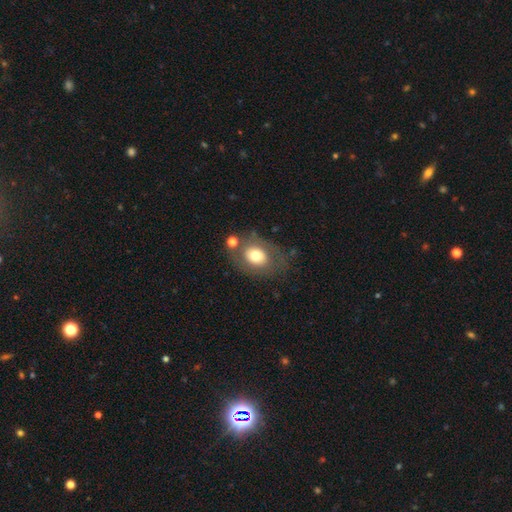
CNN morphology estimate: type=smooth (63%); roundness=in between (65%); merging=none (63%).